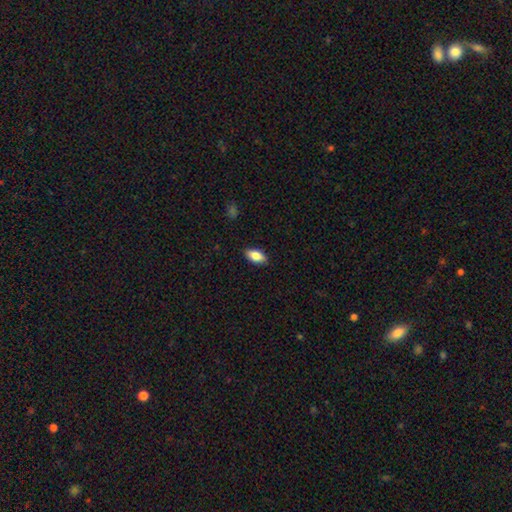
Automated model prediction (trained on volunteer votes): Smooth or featured? Predicted: smooth (p=0.82). How rounded? Predicted: in between (p=0.90). Merging? Predicted: none (p=0.88).